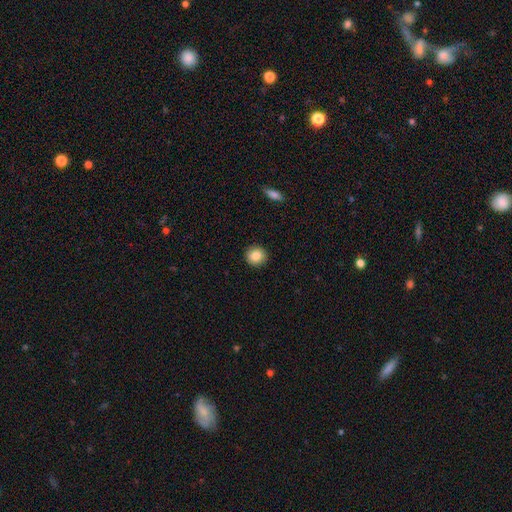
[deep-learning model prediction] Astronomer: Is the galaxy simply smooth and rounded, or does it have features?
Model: smooth — 85%.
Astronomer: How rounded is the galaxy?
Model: round — 90%.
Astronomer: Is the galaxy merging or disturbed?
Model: none — 92%.